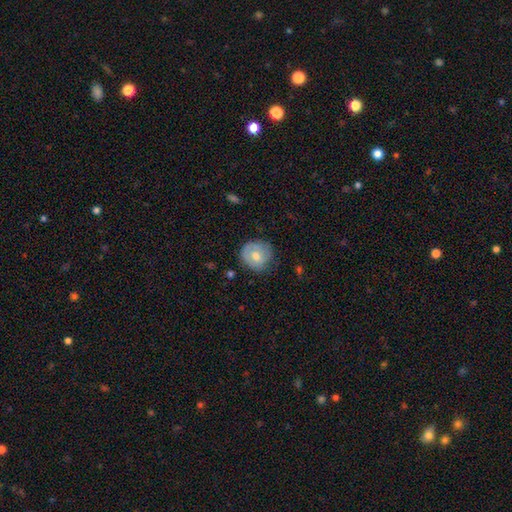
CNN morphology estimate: The model was most divided on "smooth or featured": smooth: 61%, featured or disk: 32%, star or artifact: 7%. More confident: how rounded — round (86%); merging — none (69%).